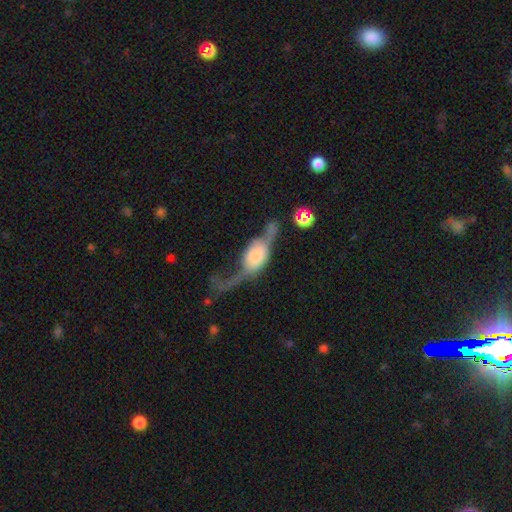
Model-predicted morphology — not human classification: A featured or disk galaxy (56%). Merging: major disturbance (46%).